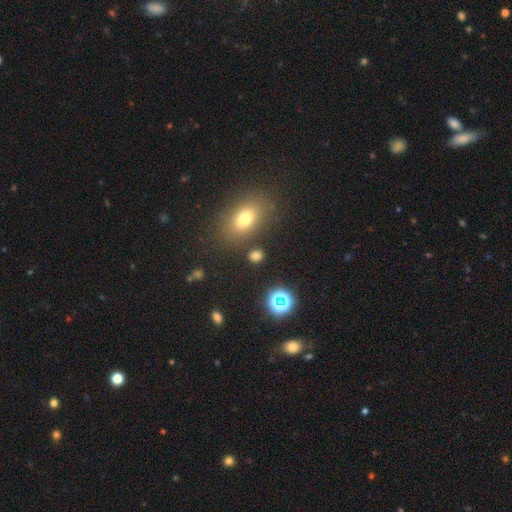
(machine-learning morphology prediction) The model was most divided on "how rounded": in between: 52%, round: 45%, cigar-shaped: 2%. More confident: merging — none (80%); smooth or featured — smooth (71%).